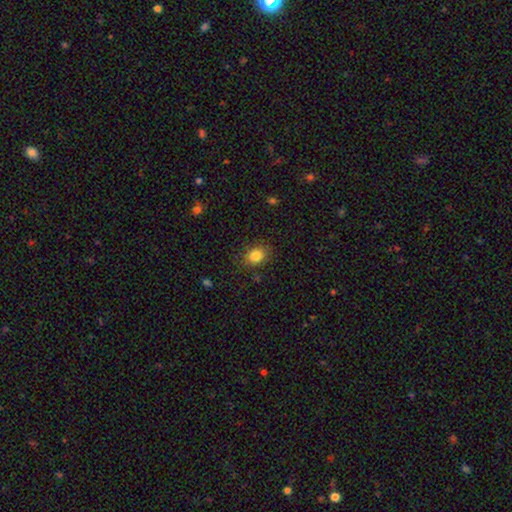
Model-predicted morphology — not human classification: This is clearly a smooth galaxy (84%). How rounded: possibly in between (50%). Merging: clearly none (83%).